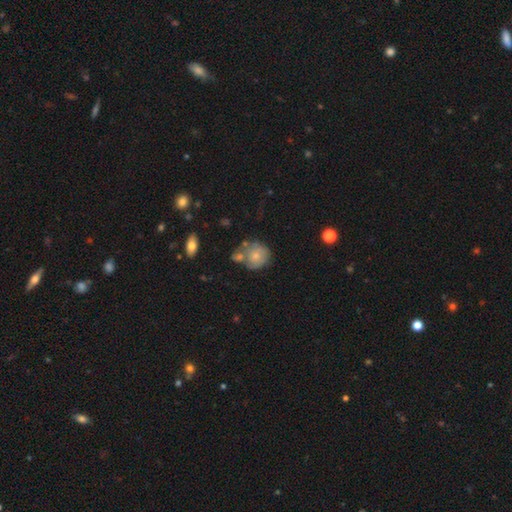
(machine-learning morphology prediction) Q: Smooth or featured?
A: smooth (63%); runner-up: featured or disk (29%)
Q: How rounded?
A: round (80%); runner-up: in between (19%)
Q: Merging?
A: none (45%); runner-up: merger (26%)